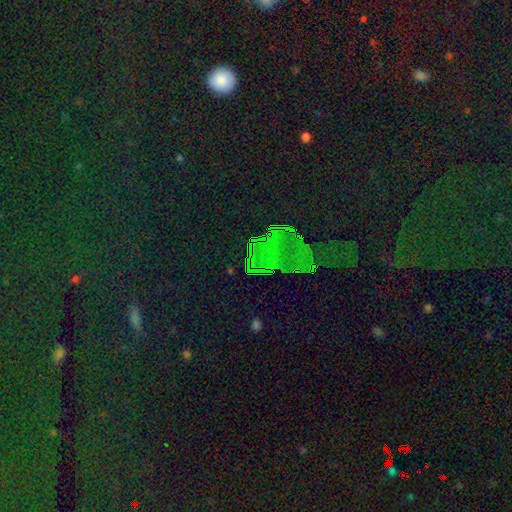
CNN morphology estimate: Smooth or featured: star or artifact — 80% (smooth — 12%)